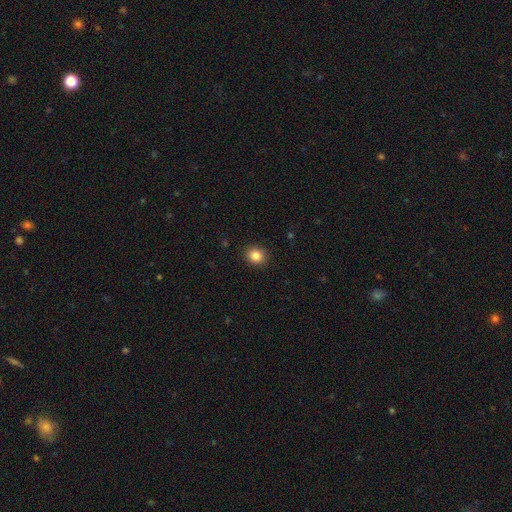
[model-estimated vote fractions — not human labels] Q: Smooth or featured?
A: smooth (85%); runner-up: star or artifact (10%)
Q: How rounded?
A: round (74%); runner-up: in between (26%)
Q: Merging?
A: none (90%); runner-up: minor disturbance (6%)